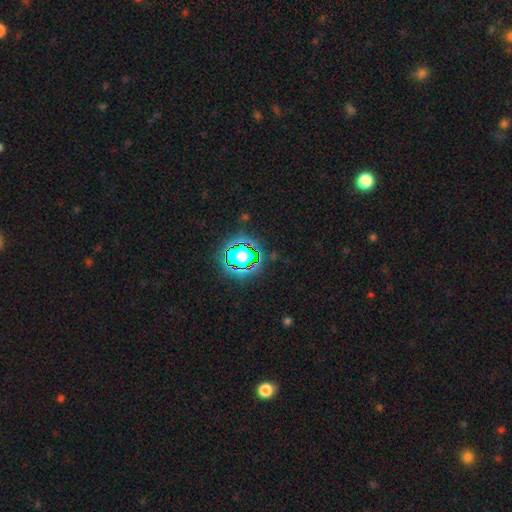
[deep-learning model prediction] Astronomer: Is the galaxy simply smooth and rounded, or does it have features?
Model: star or artifact — 82%.